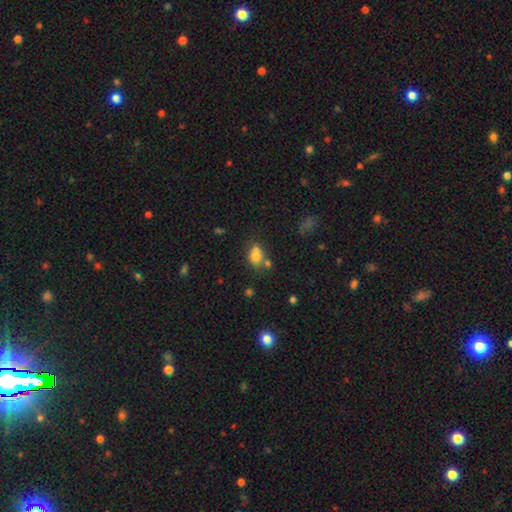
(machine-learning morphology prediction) A smooth galaxy with no disk features (72%) that is round (56%). Merging: none (41%).